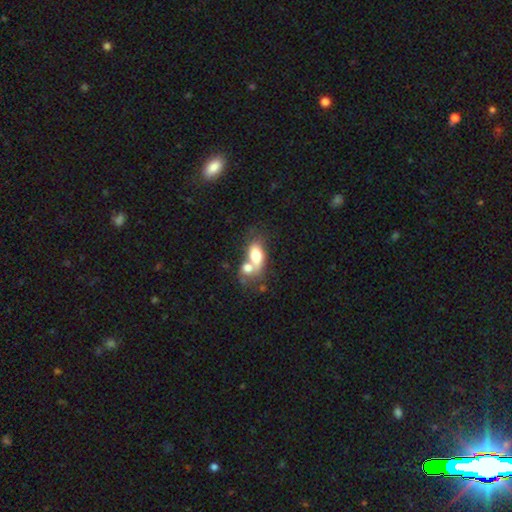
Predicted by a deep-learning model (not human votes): The model was most divided on "merging": merger: 66%, none: 19%, minor disturbance: 8%, major disturbance: 7%. More confident: how rounded — in between (79%); smooth or featured — smooth (70%).